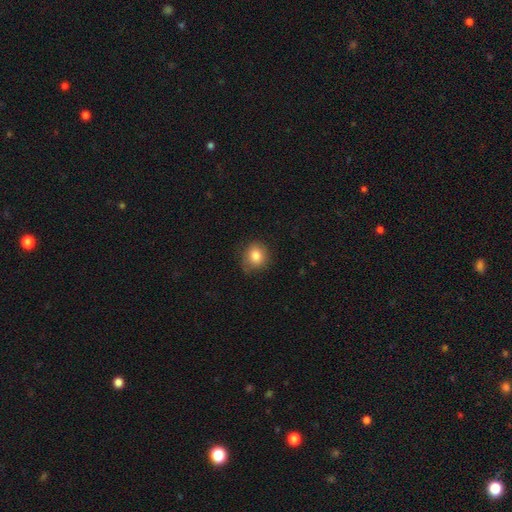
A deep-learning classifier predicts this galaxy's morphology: smooth 84%, star or artifact 9%, featured or disk 7%. Down the decision tree: how rounded — round (77%); merging — none (76%).